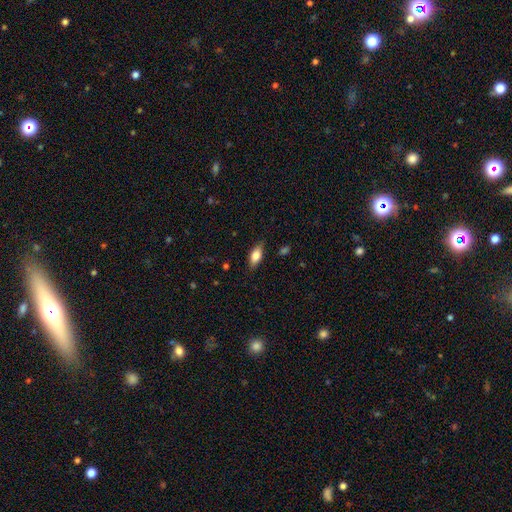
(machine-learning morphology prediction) smooth 75%, featured or disk 18%, star or artifact 7%. Down the decision tree: how rounded — in between (83%); merging — none (82%).